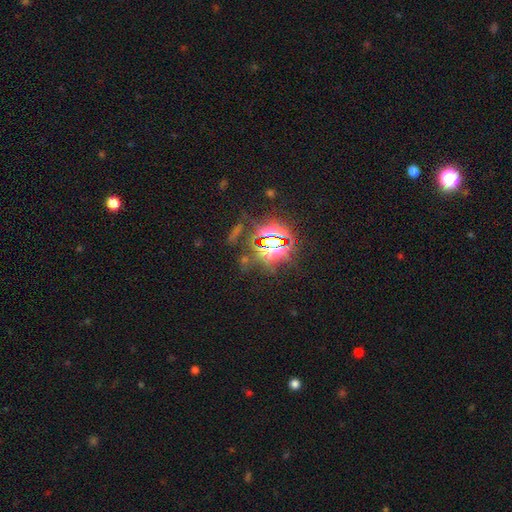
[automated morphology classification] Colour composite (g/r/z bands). It shows a star or artifact, not a galaxy (83%).